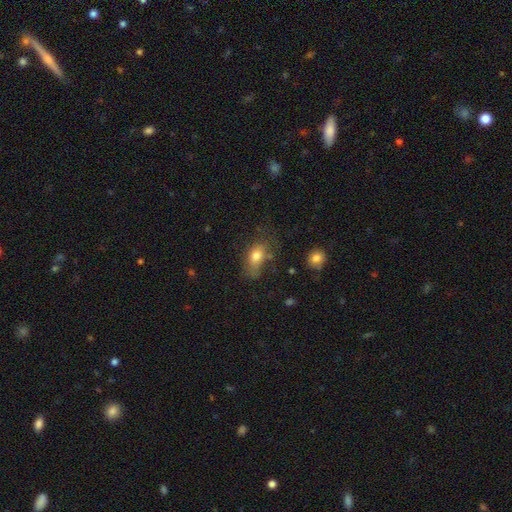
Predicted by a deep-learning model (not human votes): Smooth or featured?
  - smooth: 78% *
  - featured or disk: 13%
  - star or artifact: 10%
How rounded?
  - in between: 79% *
  - round: 17%
  - cigar-shaped: 4%
Merging?
  - none: 50% *
  - minor disturbance: 29%
  - major disturbance: 17%
  - merger: 5%